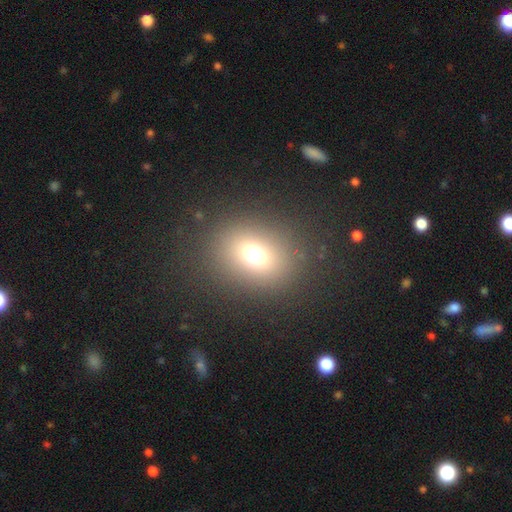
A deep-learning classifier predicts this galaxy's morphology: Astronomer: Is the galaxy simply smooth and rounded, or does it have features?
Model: smooth — 69%.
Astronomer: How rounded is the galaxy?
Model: in between — 56% (runner-up: round, 42%).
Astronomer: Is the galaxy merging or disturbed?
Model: none — 87%.